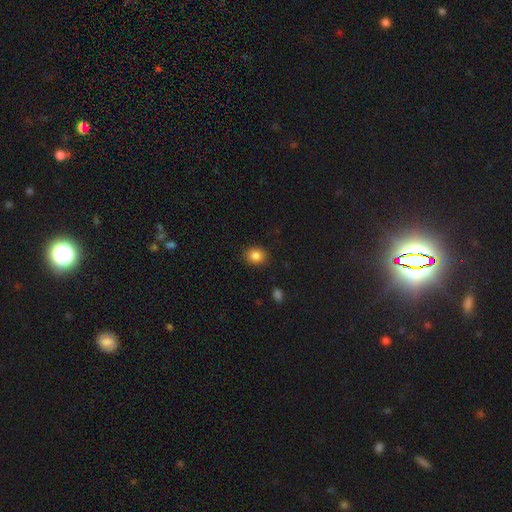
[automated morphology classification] A smooth galaxy with no disk features (85%) that is round (66%).

Vote fractions:
- Smooth or featured? smooth: 85% / star or artifact: 10% / featured or disk: 4%
- How rounded? round: 66% / in between: 33% / cigar-shaped: 1%
- Merging? none: 89% / minor disturbance: 8% / major disturbance: 2% / merger: 1%